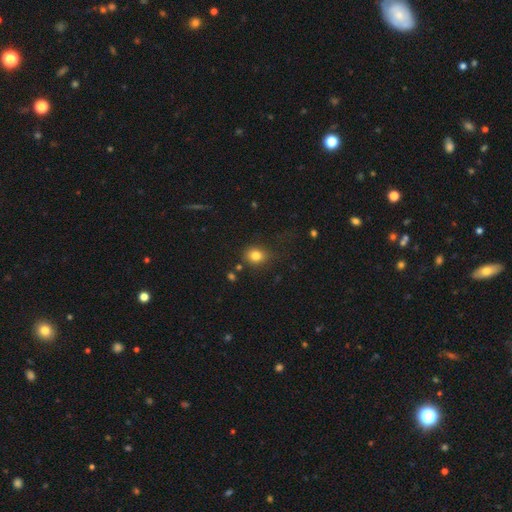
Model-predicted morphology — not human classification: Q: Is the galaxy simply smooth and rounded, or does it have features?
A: smooth — 81%.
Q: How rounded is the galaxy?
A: round — 68%.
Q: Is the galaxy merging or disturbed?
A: none — 75%.